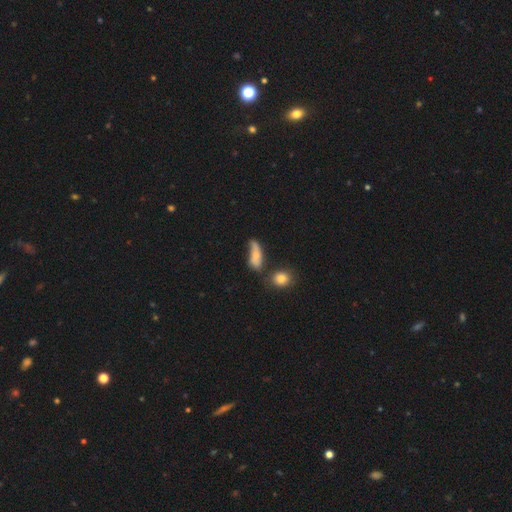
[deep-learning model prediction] A smooth galaxy with no disk features (61%) that is in between round and cigar-shaped (69%).

Vote fractions:
- Smooth or featured? smooth: 61% / featured or disk: 30% / star or artifact: 9%
- How rounded? in between: 69% / cigar-shaped: 25% / round: 6%
- Merging? none: 36% / minor disturbance: 29% / major disturbance: 19% / merger: 16%